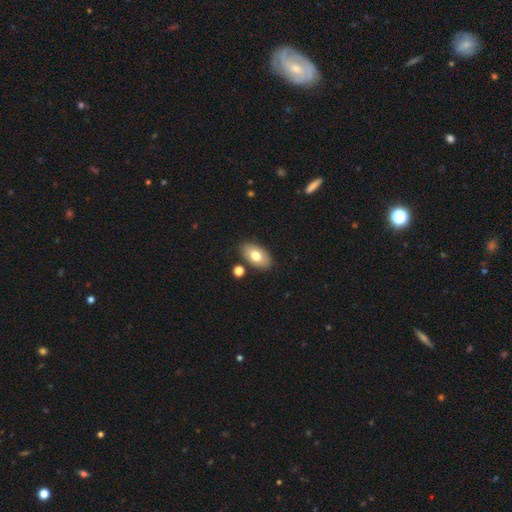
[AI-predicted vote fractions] smooth_or_featured: smooth (p=0.75) [alt: featured or disk p=0.18]
how_rounded: in between (p=0.93) [alt: round p=0.06]
merging: none (p=0.83) [alt: minor disturbance p=0.10]